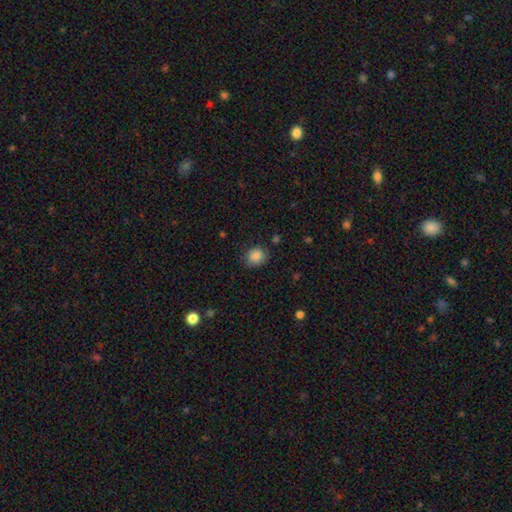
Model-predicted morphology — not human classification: Smooth or featured: smooth — 85% (star or artifact — 10%)
How rounded: round — 65% (in between — 34%)
Merging: none — 80% (minor disturbance — 15%)